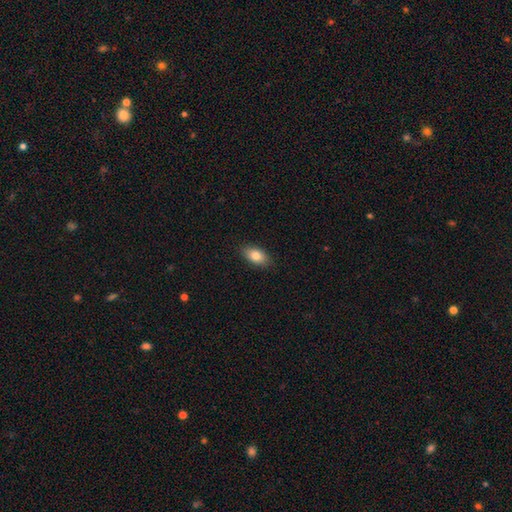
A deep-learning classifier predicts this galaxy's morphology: The model was most divided on "smooth or featured": smooth: 83%, featured or disk: 9%, star or artifact: 7%. More confident: how rounded — in between (90%); merging — none (87%).